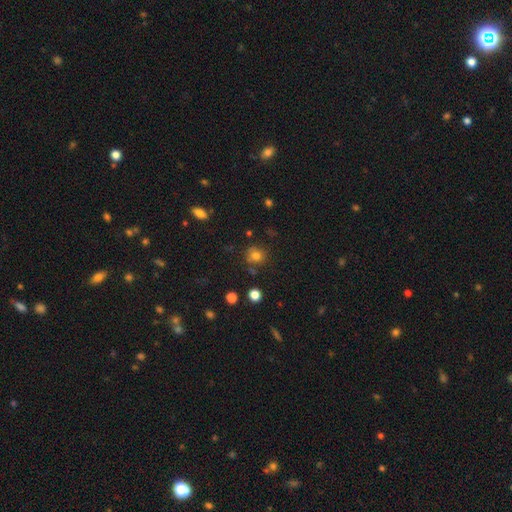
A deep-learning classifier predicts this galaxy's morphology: Overall: smooth (77%). How rounded: round (84%). Merging: none (75%).